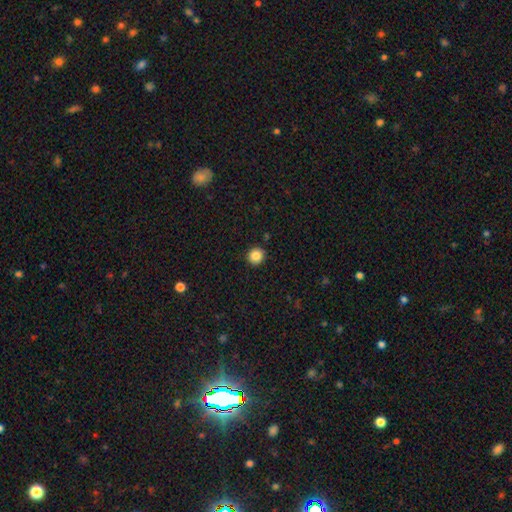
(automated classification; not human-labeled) smooth-or-featured: smooth: 86% | star or artifact: 10% | featured or disk: 4%
  how-rounded: round: 93% | in between: 6% | cigar-shaped: 1%
  merging: none: 92% | minor disturbance: 5% | major disturbance: 2% | merger: 1%